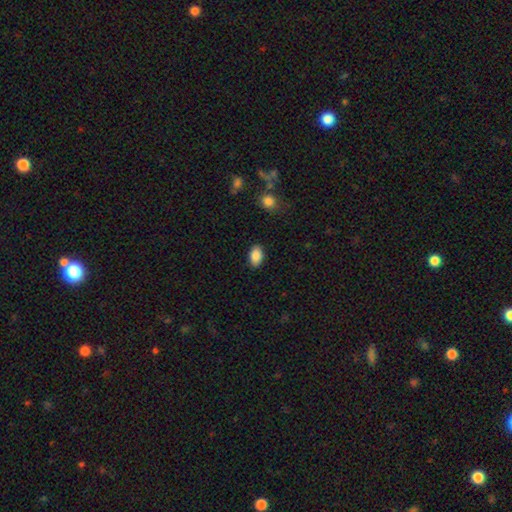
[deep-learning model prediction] The model was most divided on "merging": none: 88%, minor disturbance: 9%, major disturbance: 2%, merger: 1%. More confident: how rounded — in between (90%); smooth or featured — smooth (88%).